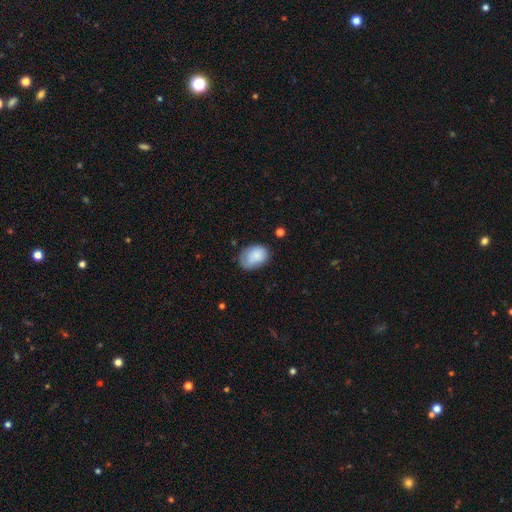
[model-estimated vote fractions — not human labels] Smooth or featured? smooth (82%)
How rounded? in between (78%)
Merging? none (57%)